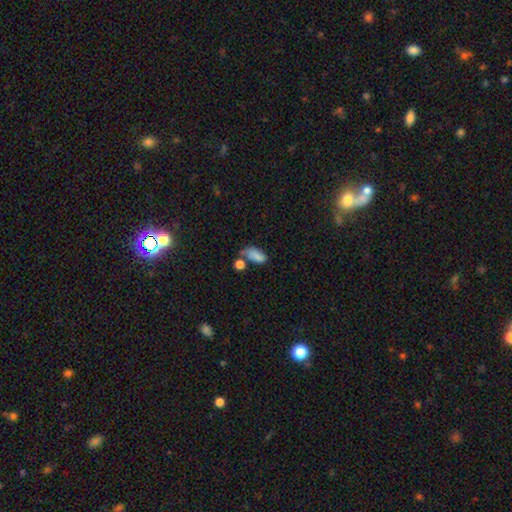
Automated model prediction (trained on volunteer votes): Smooth or featured? Predicted: smooth (p=0.78). How rounded? Predicted: in between (p=0.88). Merging? Predicted: none (p=0.34).